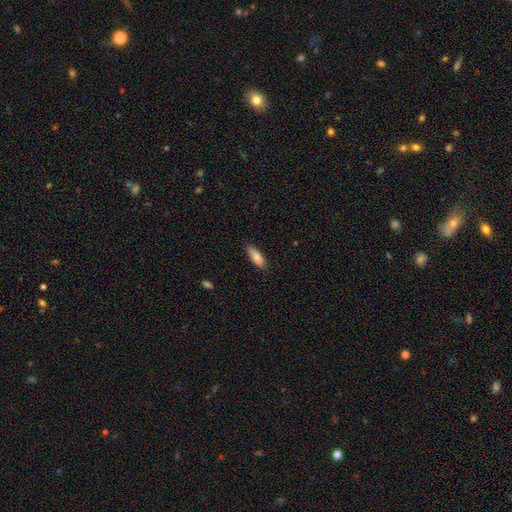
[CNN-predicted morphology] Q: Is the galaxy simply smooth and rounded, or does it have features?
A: smooth — 81%.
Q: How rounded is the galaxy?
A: in between — 74%.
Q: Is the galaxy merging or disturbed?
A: none — 78%.